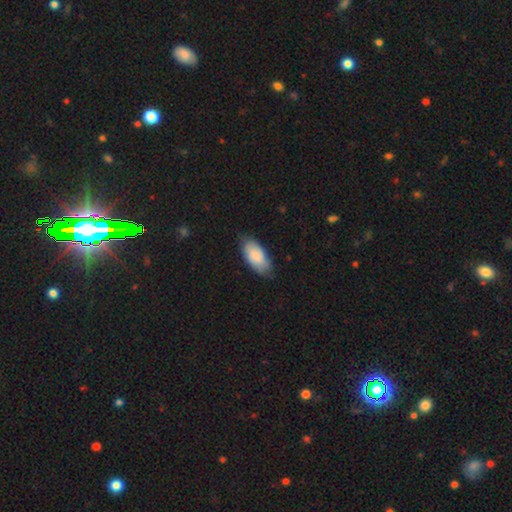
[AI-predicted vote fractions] A smooth galaxy with no disk features (82%) that is in between round and cigar-shaped (92%). Merging: none (72%).